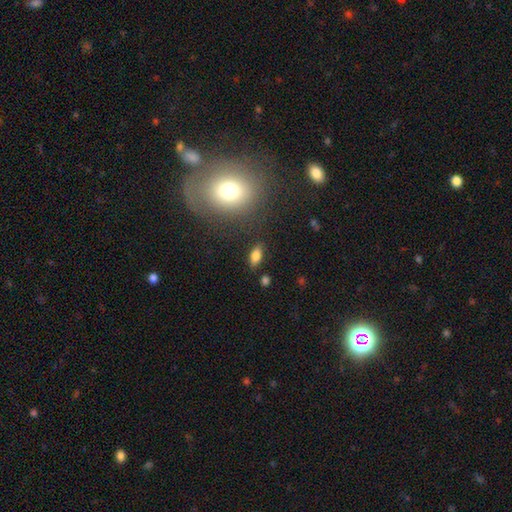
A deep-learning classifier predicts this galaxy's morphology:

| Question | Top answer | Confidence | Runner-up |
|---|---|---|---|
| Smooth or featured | smooth | 78% | featured or disk (11%) |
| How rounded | in between | 84% | cigar-shaped (11%) |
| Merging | none | 84% | minor disturbance (10%) |